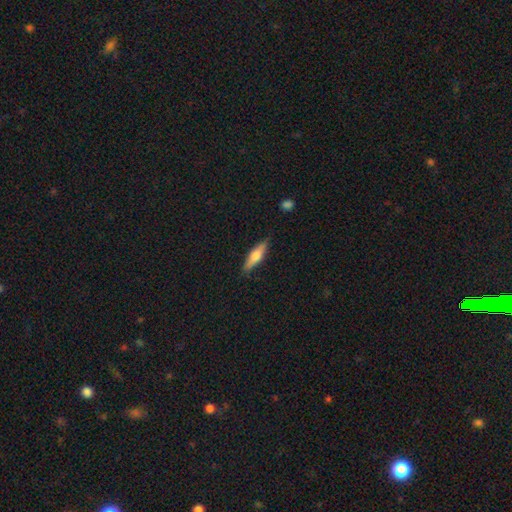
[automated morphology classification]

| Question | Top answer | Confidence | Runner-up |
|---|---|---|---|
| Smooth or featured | smooth | 51% | featured or disk (42%) |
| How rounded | cigar-shaped | 66% | in between (32%) |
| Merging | none | 85% | minor disturbance (11%) |